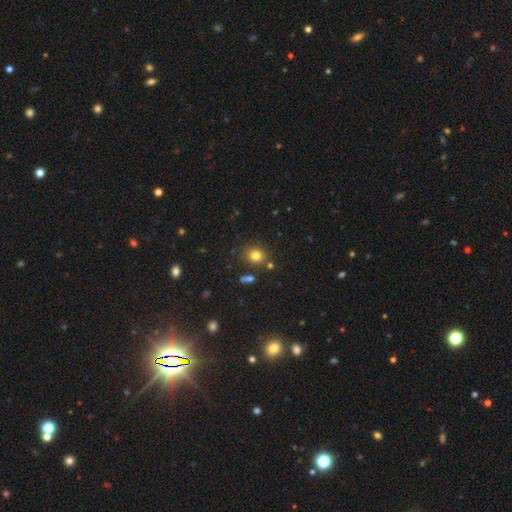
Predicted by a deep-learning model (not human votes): A smooth galaxy with no disk features (78%) that is round (77%).

Vote fractions:
- Smooth or featured? smooth: 78% / star or artifact: 15% / featured or disk: 8%
- How rounded? round: 77% / in between: 22% / cigar-shaped: 1%
- Merging? none: 80% / minor disturbance: 10% / merger: 7% / major disturbance: 3%